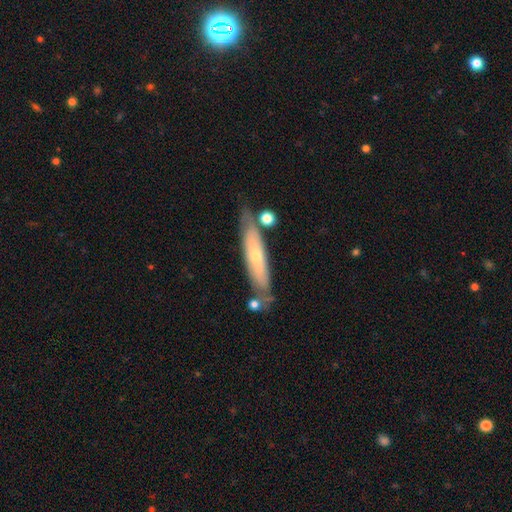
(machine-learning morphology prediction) Smooth or featured: featured or disk — 49% (smooth — 45%)
Merging: none — 70% (minor disturbance — 18%)